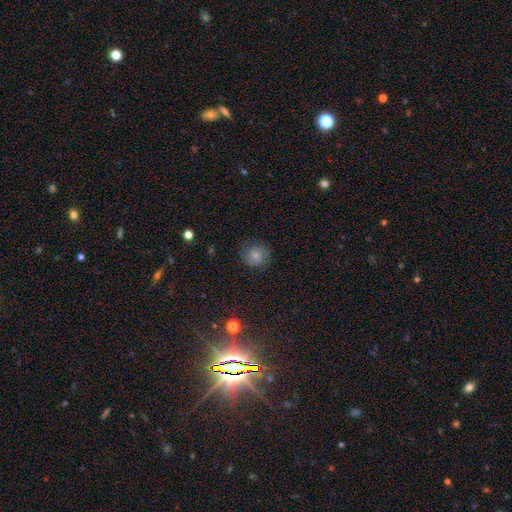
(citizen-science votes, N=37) Q: Smooth or featured?
A: smooth (57%); runner-up: featured or disk (41%)
Q: How rounded?
A: round (95%); runner-up: in between (5%)
Q: Merging?
A: none (81%); runner-up: minor disturbance (17%)